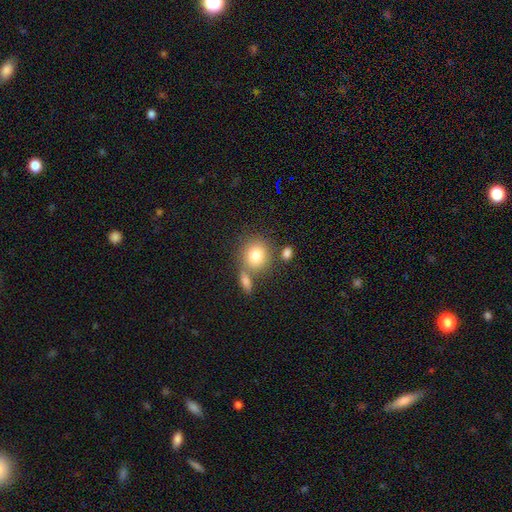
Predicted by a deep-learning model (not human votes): smooth 80%, featured or disk 11%, star or artifact 9%. Down the decision tree: how rounded — round (77%); merging — none (60%).